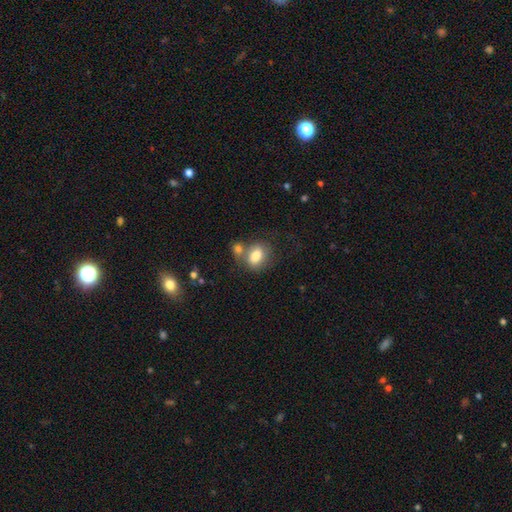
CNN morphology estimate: Smooth or featured? Predicted: smooth (p=0.81). How rounded? Predicted: in between (p=0.72). Merging? Predicted: none (p=0.47).